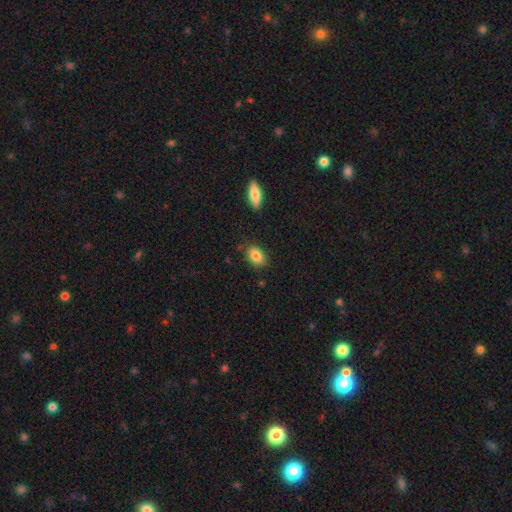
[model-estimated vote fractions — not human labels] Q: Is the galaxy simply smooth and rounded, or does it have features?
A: smooth — 84%.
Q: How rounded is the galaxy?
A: in between — 82%.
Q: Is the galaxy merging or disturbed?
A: none — 83%.